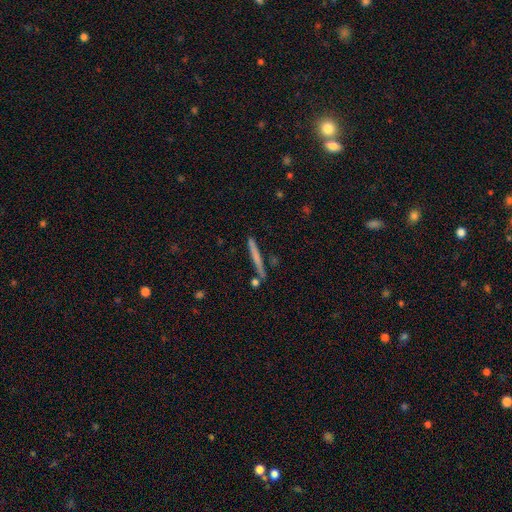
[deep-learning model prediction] This appears to be a smooth galaxy with no disk features (55%) that is cigar-shaped (96%). Merging: none (85%).